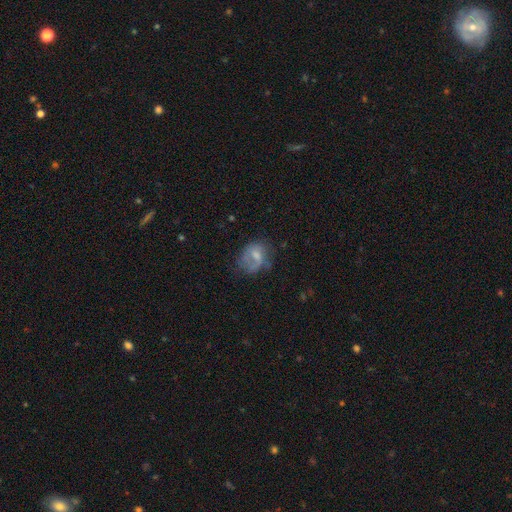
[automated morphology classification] Smooth or featured? smooth (48%)
Merging? none (36%)